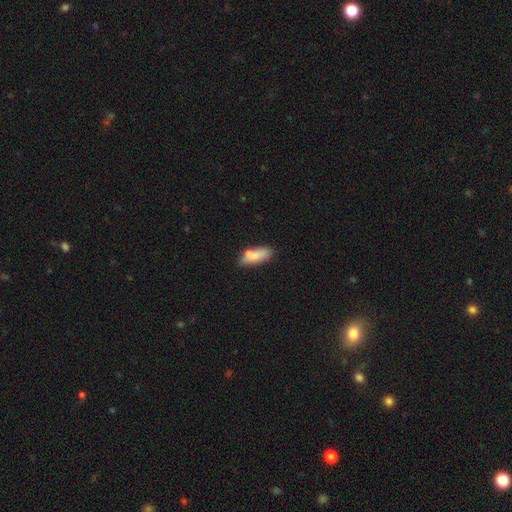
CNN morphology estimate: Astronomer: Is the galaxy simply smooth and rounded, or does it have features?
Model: smooth — 78%.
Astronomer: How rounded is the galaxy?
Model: in between — 68%.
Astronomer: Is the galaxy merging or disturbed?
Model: none — 58%.